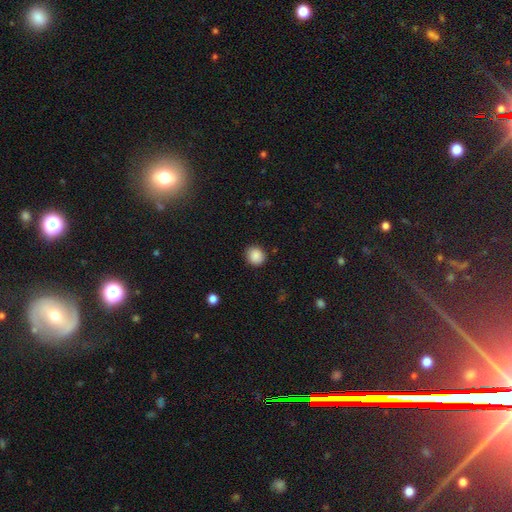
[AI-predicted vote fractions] Q: Smooth or featured?
A: smooth (88%); runner-up: star or artifact (9%)
Q: How rounded?
A: round (87%); runner-up: in between (12%)
Q: Merging?
A: none (89%); runner-up: minor disturbance (7%)